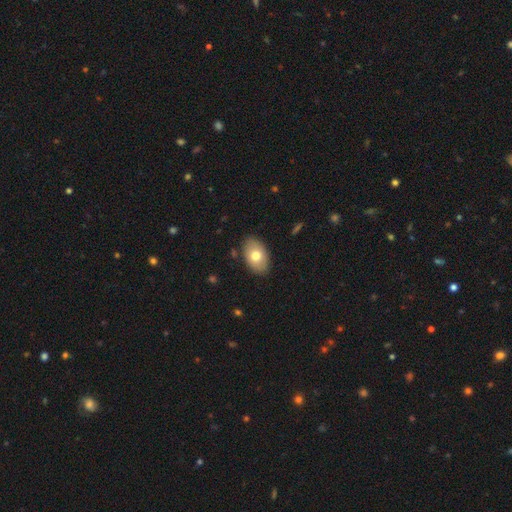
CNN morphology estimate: This appears to be a smooth galaxy with no disk features (72%) that is in between round and cigar-shaped (90%). Merging: none (86%).